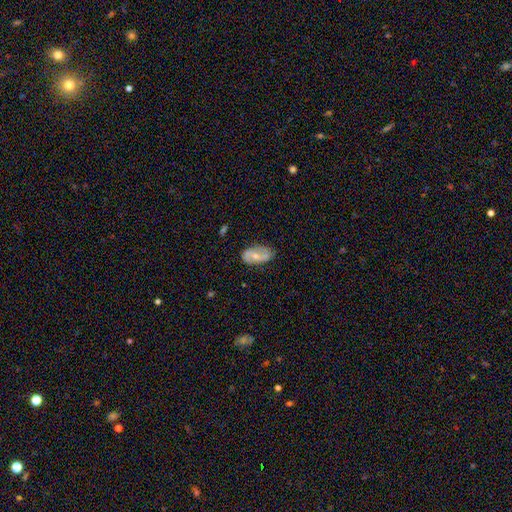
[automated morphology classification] Smooth or featured? featured or disk (60%)
Edge-on disk? no (95%)
Bar? no (55%)
Spiral arms? yes (81%)
Bulge size? moderate (56%)
Merging? none (77%)